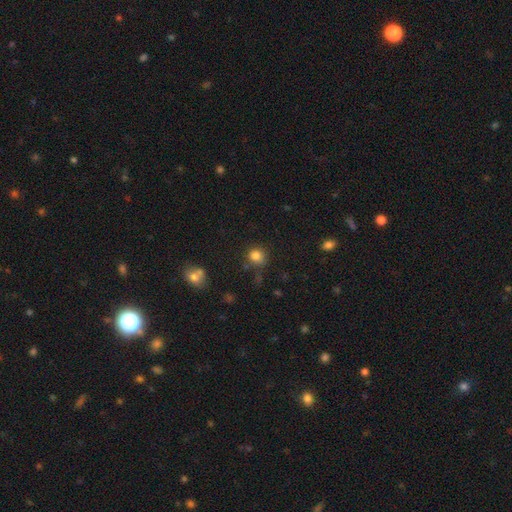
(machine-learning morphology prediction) This is clearly a smooth galaxy (82%). How rounded: clearly round (83%). Merging: likely none (73%).